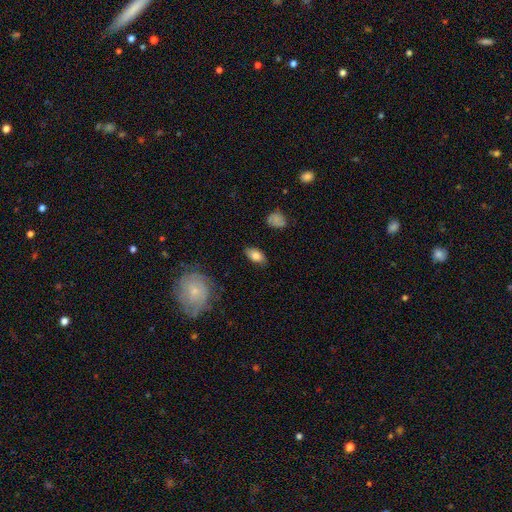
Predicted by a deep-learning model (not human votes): smooth 81%, featured or disk 12%, star or artifact 8%. Down the decision tree: how rounded — in between (91%); merging — none (82%).